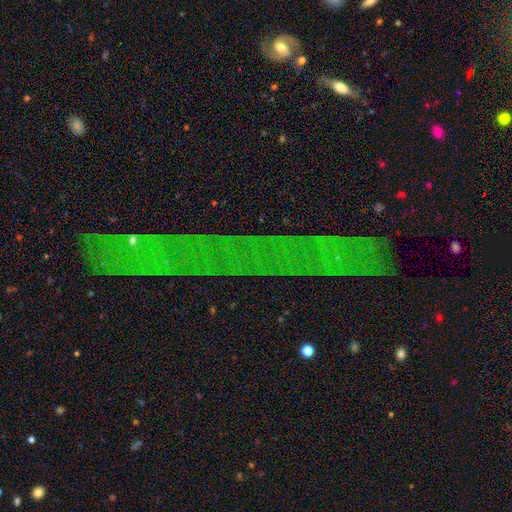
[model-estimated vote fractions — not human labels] A star or artifact, not a galaxy (80%).